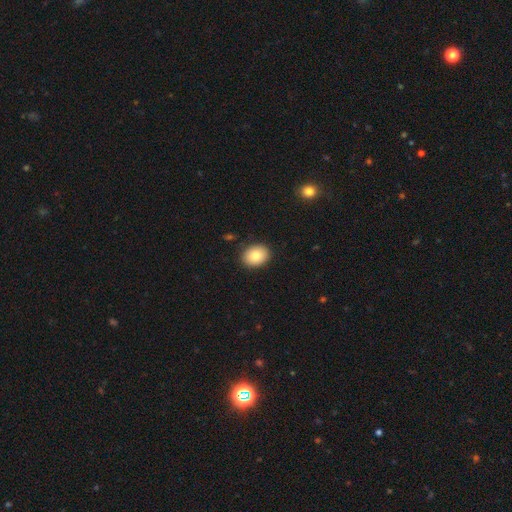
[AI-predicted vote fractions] This is clearly a smooth galaxy (83%). How rounded: possibly in between (58%). Merging: clearly none (89%).